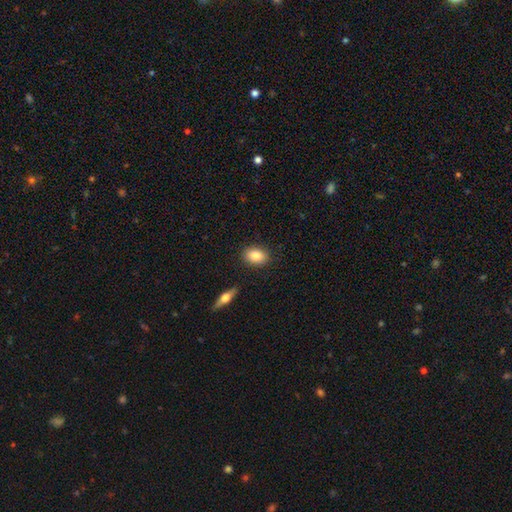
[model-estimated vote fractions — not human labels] Q: Smooth or featured?
A: smooth (82%); runner-up: featured or disk (10%)
Q: How rounded?
A: in between (76%); runner-up: round (22%)
Q: Merging?
A: none (87%); runner-up: minor disturbance (9%)